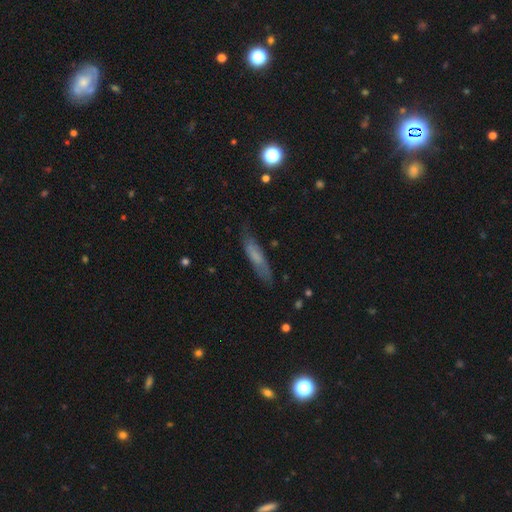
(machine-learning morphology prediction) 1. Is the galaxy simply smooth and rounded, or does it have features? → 56% smooth, 35% featured or disk, 9% star or artifact.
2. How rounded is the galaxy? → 76% cigar-shaped, 22% in between, 2% round.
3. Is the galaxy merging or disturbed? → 72% none, 20% minor disturbance, 6% major disturbance, 2% merger.